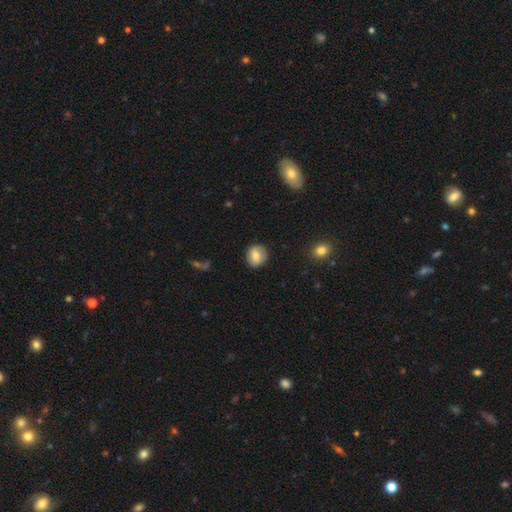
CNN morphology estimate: A smooth galaxy with no disk features (76%) that is round (78%).

Vote fractions:
- Smooth or featured? smooth: 76% / featured or disk: 16% / star or artifact: 8%
- How rounded? round: 78% / in between: 21% / cigar-shaped: 1%
- Merging? none: 86% / minor disturbance: 10% / major disturbance: 2% / merger: 1%